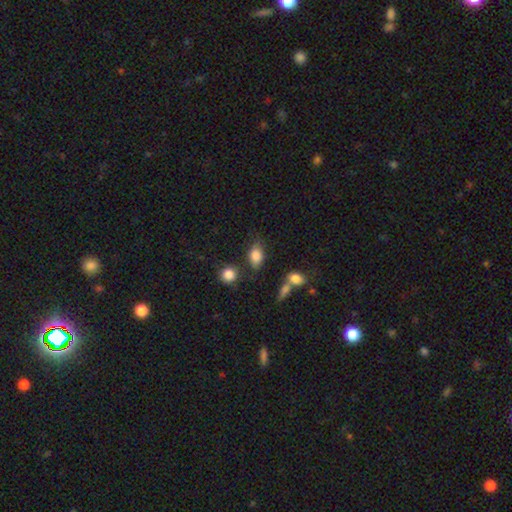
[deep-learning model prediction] Q: Smooth or featured?
A: smooth (83%); runner-up: star or artifact (9%)
Q: How rounded?
A: in between (80%); runner-up: round (16%)
Q: Merging?
A: none (64%); runner-up: minor disturbance (21%)